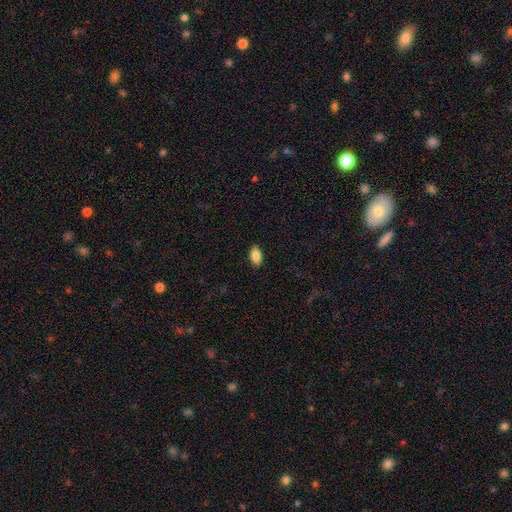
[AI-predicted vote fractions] Overall: smooth (85%). How rounded: in between (92%). Merging: none (89%).